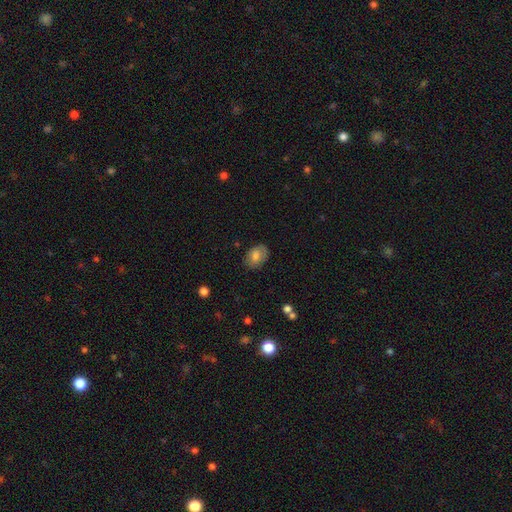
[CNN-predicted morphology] Smooth or featured? smooth (73%)
How rounded? in between (83%)
Merging? none (78%)